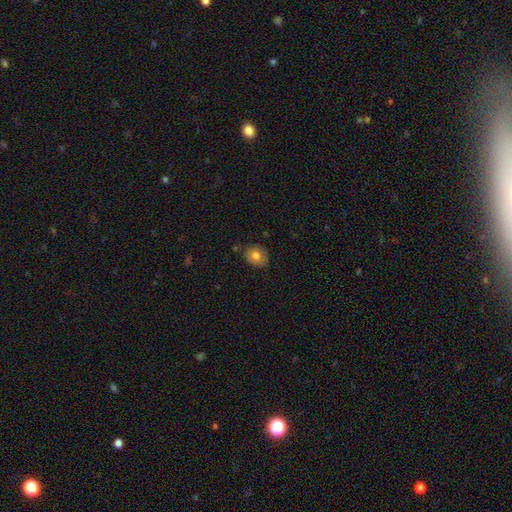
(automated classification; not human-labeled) This is likely a smooth galaxy (75%). How rounded: likely round (61%). Merging: likely none (76%).